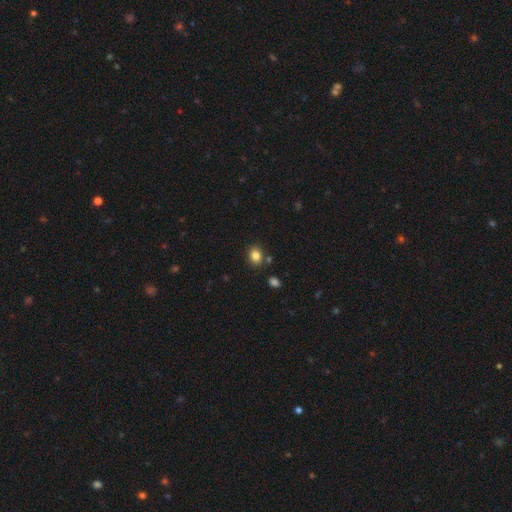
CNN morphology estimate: The model was most divided on "how rounded": round: 58%, in between: 41%, cigar-shaped: 1%. More confident: smooth or featured — smooth (84%); merging — none (81%).